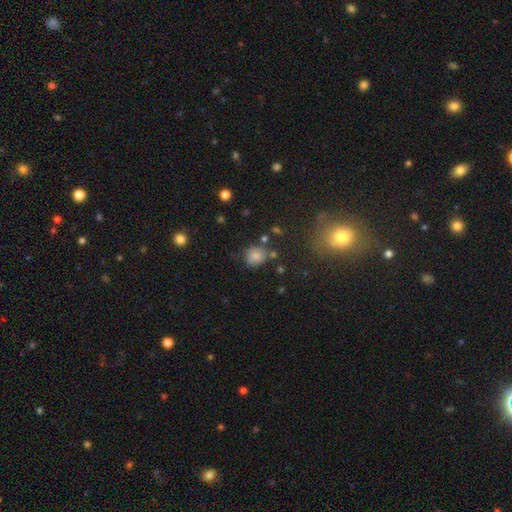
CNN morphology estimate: This appears to be a smooth galaxy with no disk features (76%) that is round (74%). Merging: none (68%).